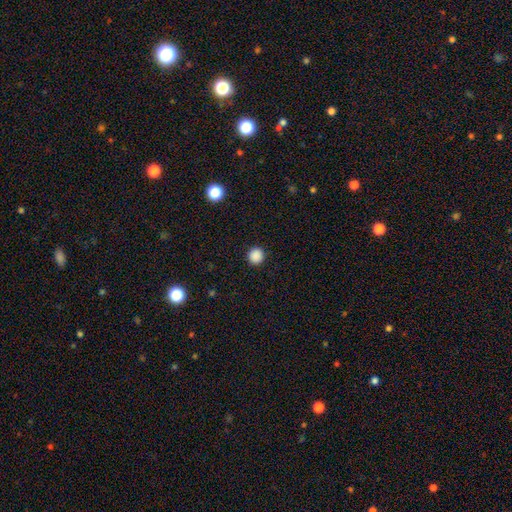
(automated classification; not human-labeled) This appears to be a smooth galaxy with no disk features (88%) that is round (93%). Merging: none (92%).